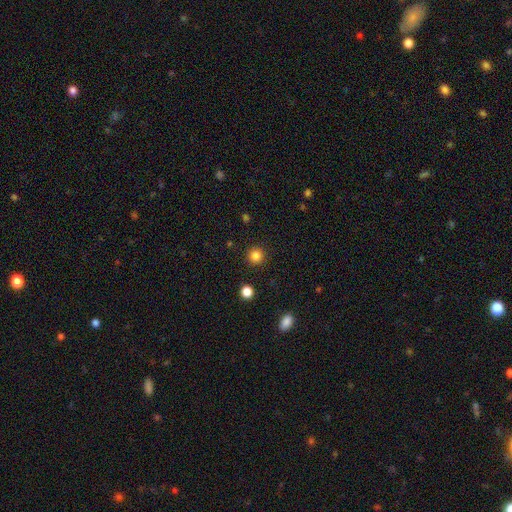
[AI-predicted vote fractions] Smooth or featured: smooth — 84% (star or artifact — 12%)
How rounded: round — 95% (in between — 4%)
Merging: none — 92% (minor disturbance — 5%)